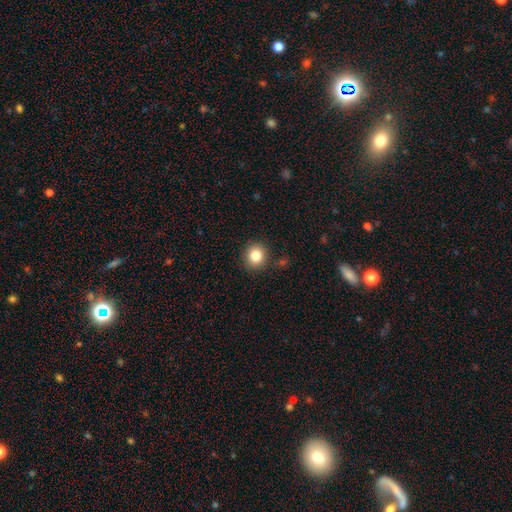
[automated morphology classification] Smooth or featured?
  - smooth: 84% *
  - star or artifact: 10%
  - featured or disk: 6%
How rounded?
  - round: 88% *
  - in between: 11%
  - cigar-shaped: 1%
Merging?
  - none: 87% *
  - minor disturbance: 8%
  - major disturbance: 3%
  - merger: 2%